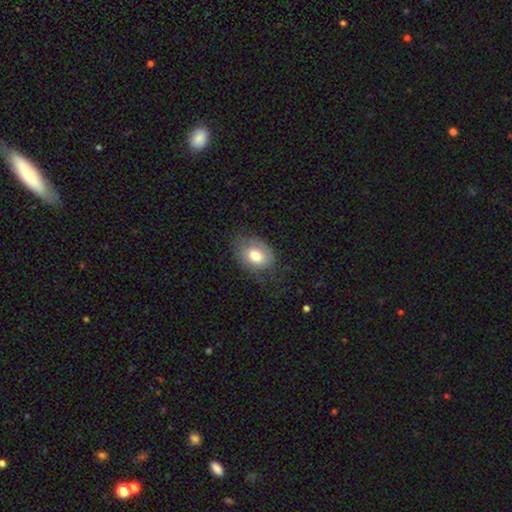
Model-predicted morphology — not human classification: Smooth or featured?
  - smooth: 69% *
  - featured or disk: 23%
  - star or artifact: 8%
How rounded?
  - in between: 71% *
  - round: 28%
  - cigar-shaped: 1%
Merging?
  - none: 61% *
  - minor disturbance: 25%
  - major disturbance: 13%
  - merger: 1%